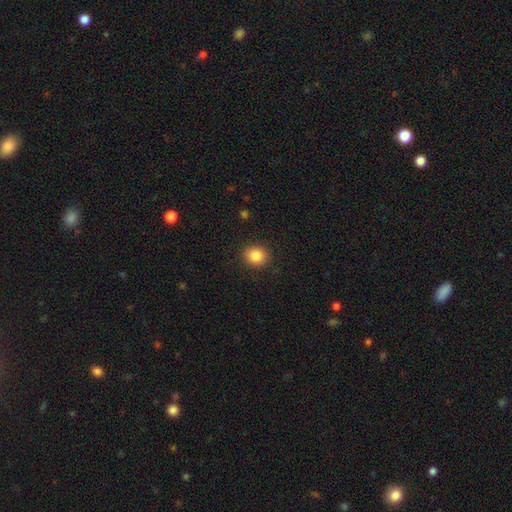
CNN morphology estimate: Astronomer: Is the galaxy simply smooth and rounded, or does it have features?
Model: smooth — 85%.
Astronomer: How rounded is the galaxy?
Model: round — 80%.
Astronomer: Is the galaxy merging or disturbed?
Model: none — 91%.